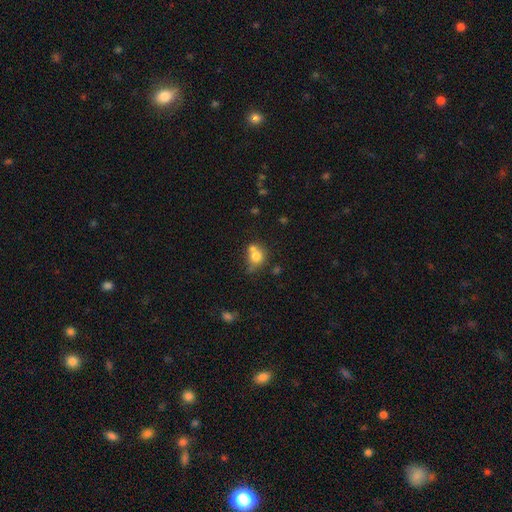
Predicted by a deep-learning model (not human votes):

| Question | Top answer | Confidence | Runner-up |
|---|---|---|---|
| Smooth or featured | smooth | 75% | featured or disk (14%) |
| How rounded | round | 72% | in between (27%) |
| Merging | merger | 41% | none (39%) |